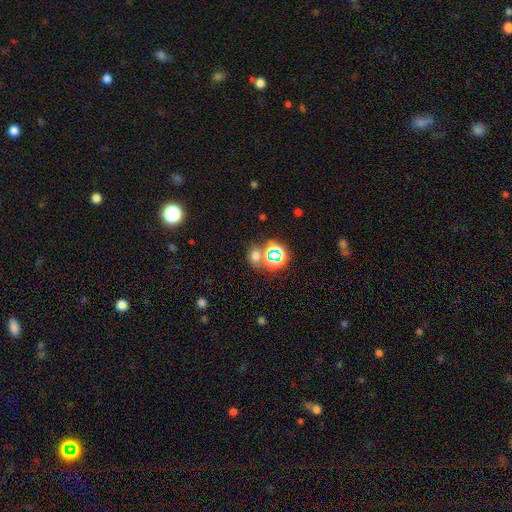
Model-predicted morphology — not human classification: Smooth or featured? Predicted: smooth (p=0.52). How rounded? Predicted: round (p=0.56). Merging? Predicted: none (p=0.61).